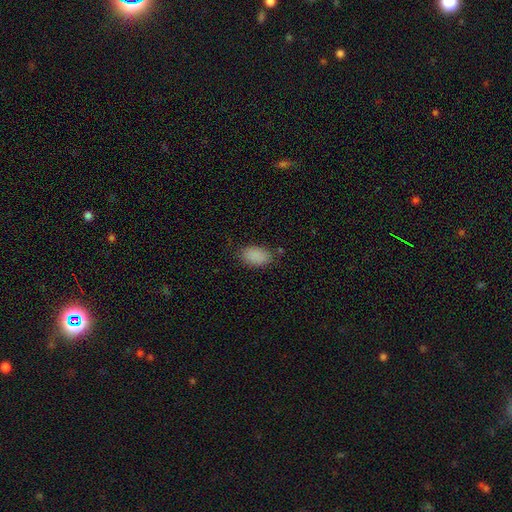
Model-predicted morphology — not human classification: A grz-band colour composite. It shows a smooth galaxy with no disk features (88%) that is in between round and cigar-shaped (91%). Merging: none (80%).